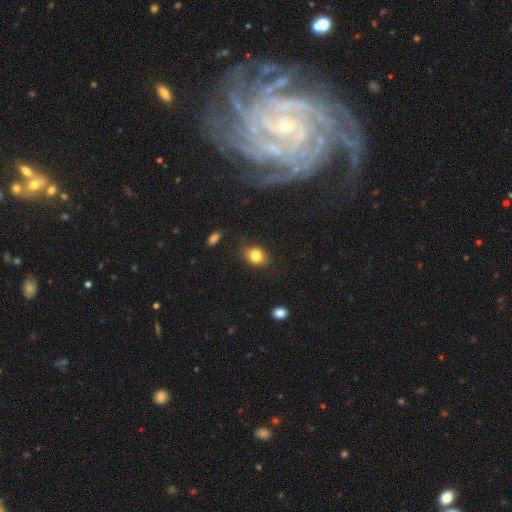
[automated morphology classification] Q: Smooth or featured?
A: smooth (82%); runner-up: star or artifact (10%)
Q: How rounded?
A: in between (60%); runner-up: round (39%)
Q: Merging?
A: none (82%); runner-up: minor disturbance (14%)